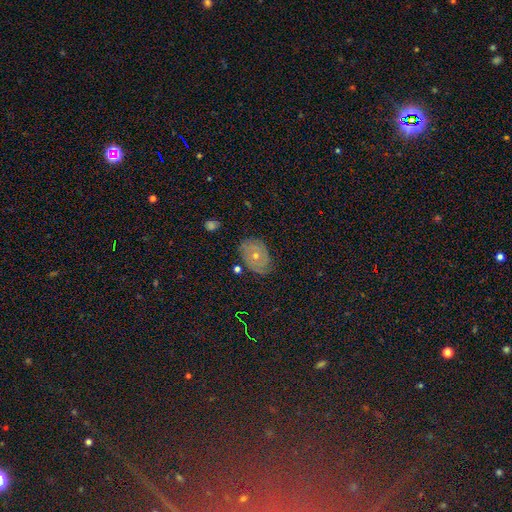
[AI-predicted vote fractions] Smooth or featured? Predicted: featured or disk (p=0.37, tied with star or artifact). Merging? Predicted: none (p=0.81).